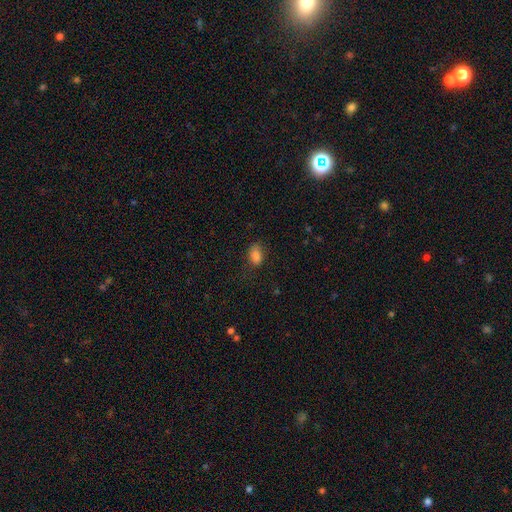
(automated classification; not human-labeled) The model was most divided on "merging": none: 68%, minor disturbance: 22%, major disturbance: 8%, merger: 2%. More confident: how rounded — in between (87%); smooth or featured — smooth (84%).